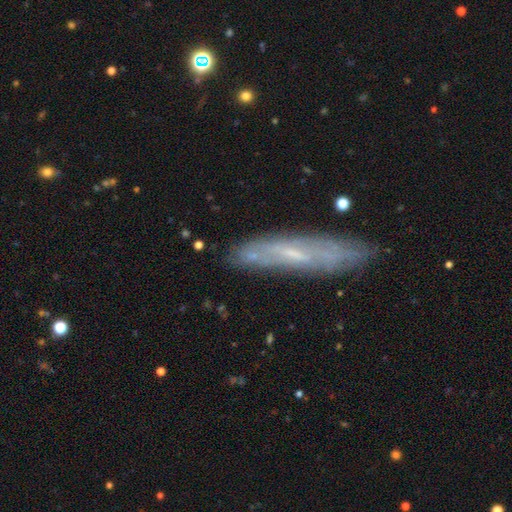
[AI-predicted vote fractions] smooth-or-featured: featured or disk: 54% | smooth: 37% | star or artifact: 9%
  disk-edge-on: no: 55% | yes: 45%
  merging: none: 73% | minor disturbance: 17% | major disturbance: 6% | merger: 4%